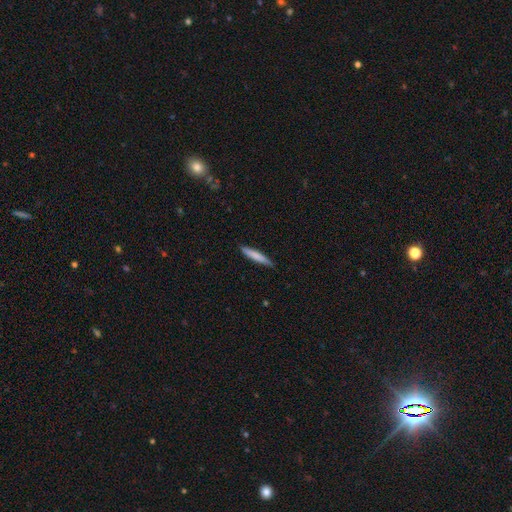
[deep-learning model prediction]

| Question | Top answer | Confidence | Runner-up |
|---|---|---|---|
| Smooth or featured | smooth | 75% | featured or disk (19%) |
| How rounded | cigar-shaped | 93% | in between (6%) |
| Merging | none | 86% | minor disturbance (11%) |